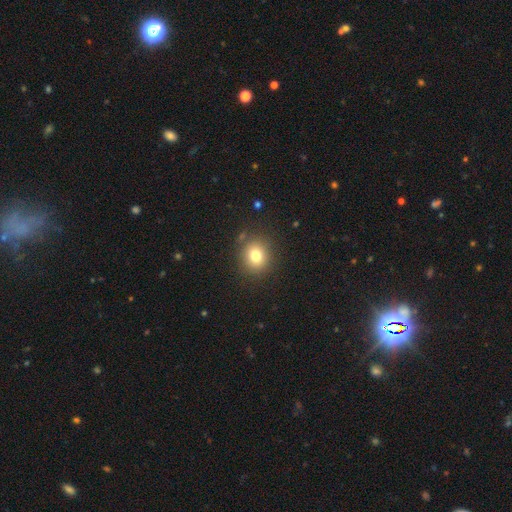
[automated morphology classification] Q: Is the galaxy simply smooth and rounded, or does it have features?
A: smooth — 78%.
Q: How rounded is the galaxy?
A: round — 81%.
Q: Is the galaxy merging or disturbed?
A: none — 86%.